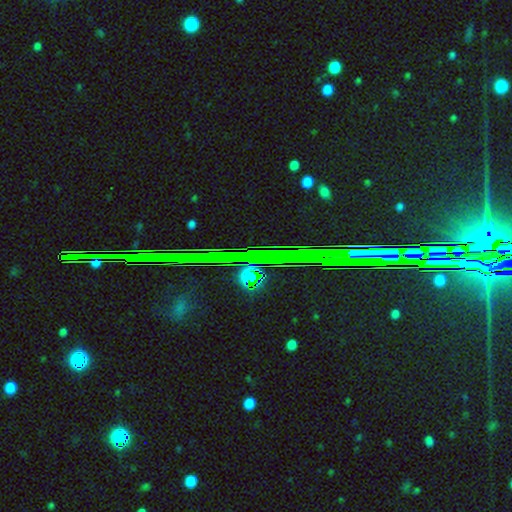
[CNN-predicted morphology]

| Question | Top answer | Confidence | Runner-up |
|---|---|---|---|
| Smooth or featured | star or artifact | 80% | featured or disk (12%) |